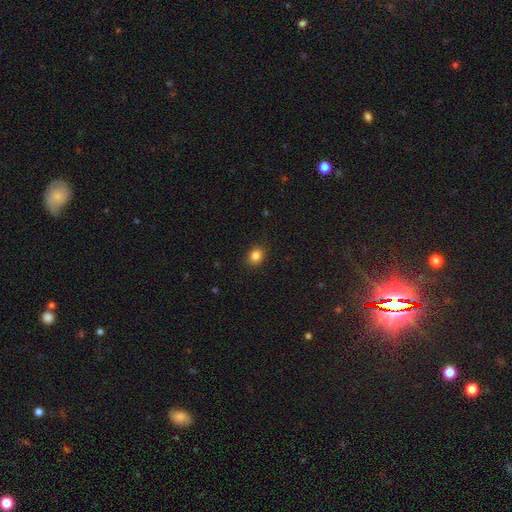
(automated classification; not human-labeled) Smooth or featured? smooth (85%)
How rounded? round (60%)
Merging? none (89%)